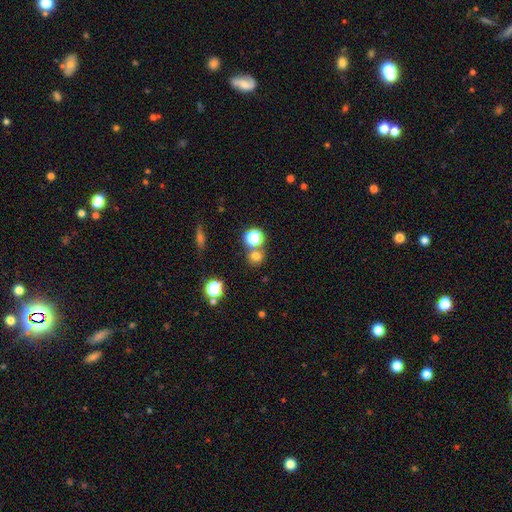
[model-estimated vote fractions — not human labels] smooth_or_featured: smooth (p=0.69) [alt: star or artifact p=0.23]
how_rounded: round (p=0.87) [alt: in between p=0.12]
merging: none (p=0.69) [alt: merger p=0.19]